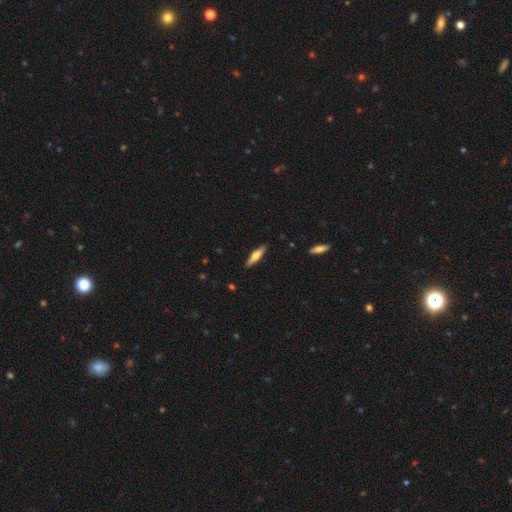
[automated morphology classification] Smooth or featured: smooth — 51% (featured or disk — 43%)
How rounded: cigar-shaped — 74% (in between — 24%)
Merging: none — 89% (minor disturbance — 9%)